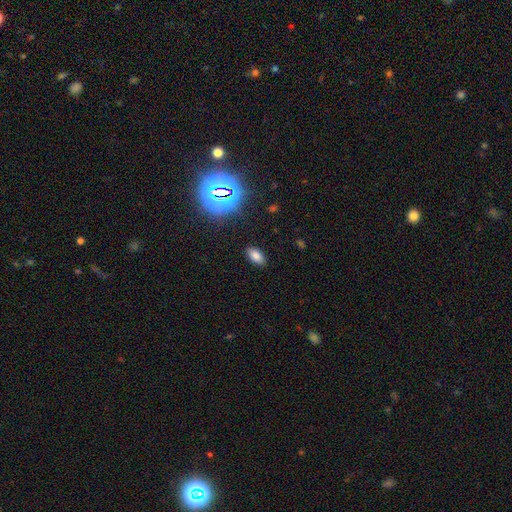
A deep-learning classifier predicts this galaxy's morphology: type=smooth (76%); roundness=in between (91%); merging=none (87%).